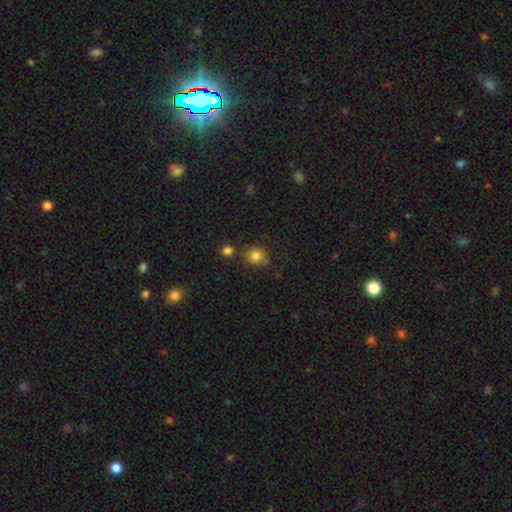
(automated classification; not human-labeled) This appears to be a smooth galaxy with no disk features (81%) that is round (81%). Merging: none (68%).